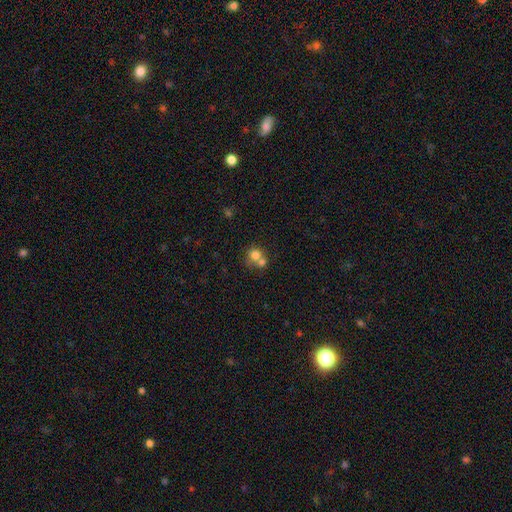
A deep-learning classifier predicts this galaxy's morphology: smooth 74%, featured or disk 15%, star or artifact 12%. Down the decision tree: how rounded — round (82%); merging — merger (54%).